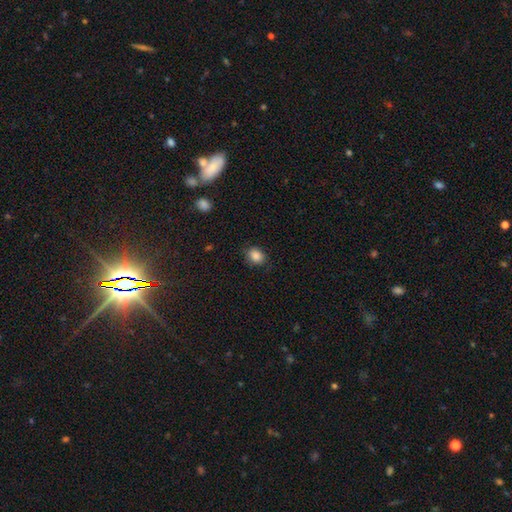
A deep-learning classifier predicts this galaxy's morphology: Smooth or featured? smooth (87%)
How rounded? in between (56%)
Merging? none (79%)